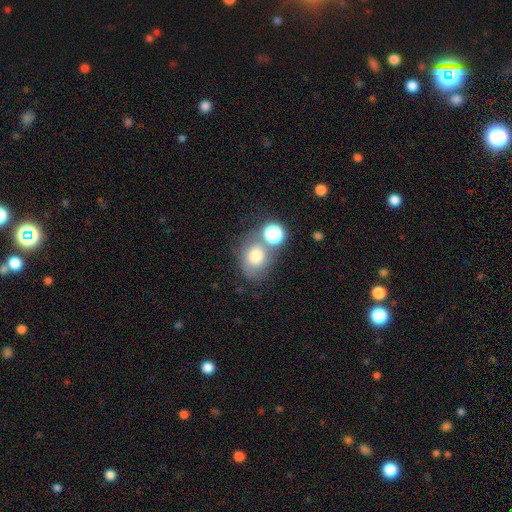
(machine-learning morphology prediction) Smooth or featured? smooth (71%)
How rounded? round (55%)
Merging? none (50%)